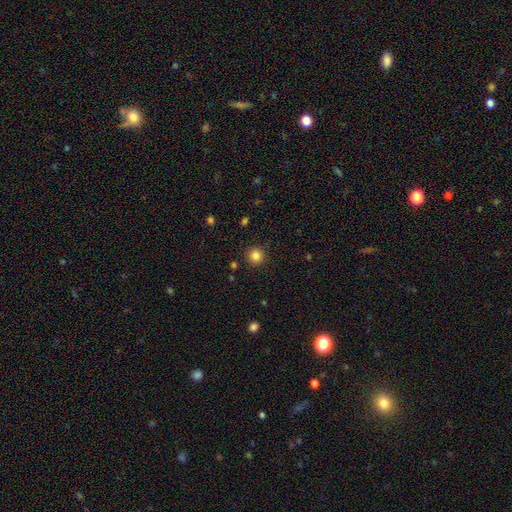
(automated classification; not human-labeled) A smooth galaxy with no disk features (84%) that is round (94%). Merging: none (91%).